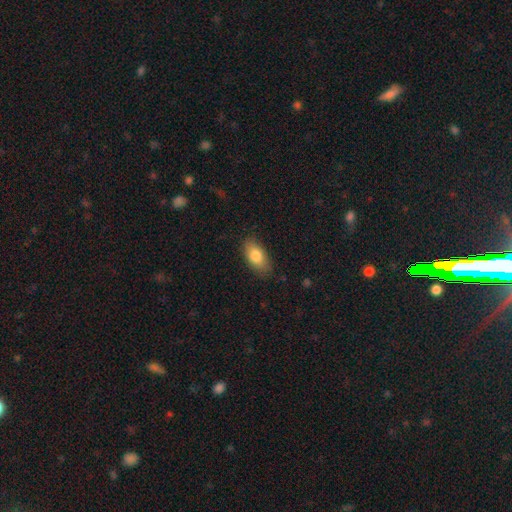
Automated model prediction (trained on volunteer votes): Overall: smooth (79%). How rounded: in between (89%). Merging: none (84%).